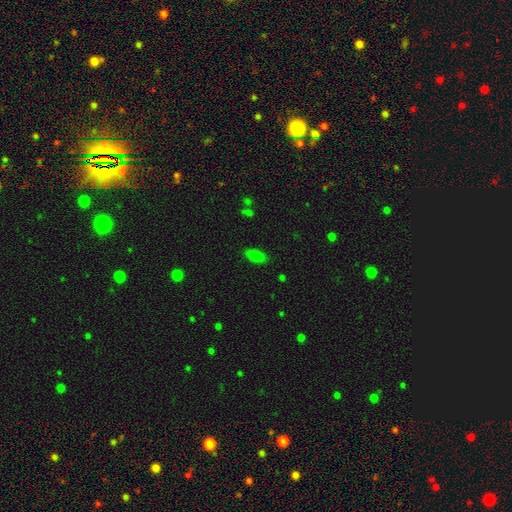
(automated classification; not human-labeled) smooth-or-featured: smooth: 81% | star or artifact: 13% | featured or disk: 6%
  how-rounded: in between: 85% | cigar-shaped: 11% | round: 3%
  merging: none: 84% | minor disturbance: 11% | major disturbance: 3% | merger: 2%